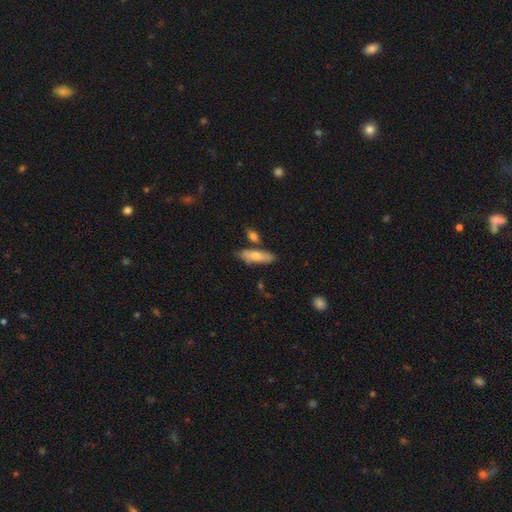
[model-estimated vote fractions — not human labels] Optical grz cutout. It shows a smooth galaxy with no disk features (70%) that is in between round and cigar-shaped (54%). Merging: none (71%).